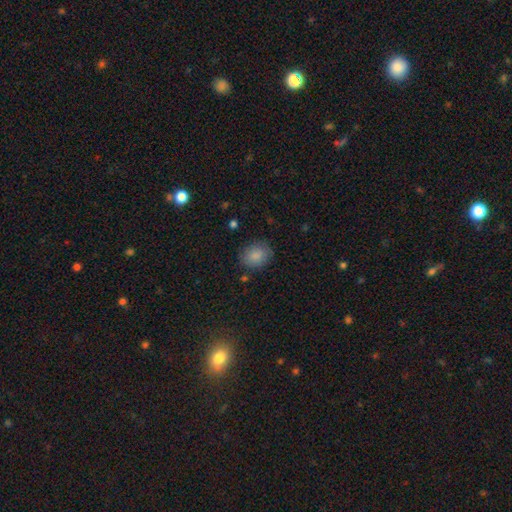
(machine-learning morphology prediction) Smooth or featured? smooth (87%)
How rounded? round (53%)
Merging? none (81%)